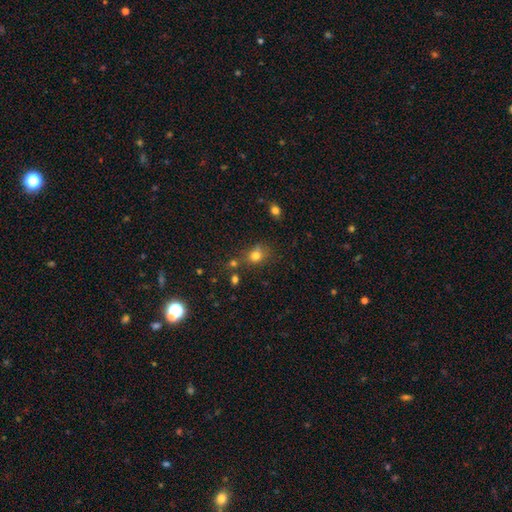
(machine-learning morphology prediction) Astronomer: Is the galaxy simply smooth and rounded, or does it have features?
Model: smooth — 76%.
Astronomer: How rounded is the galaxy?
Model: round — 62%.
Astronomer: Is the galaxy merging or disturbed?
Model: none — 57%.